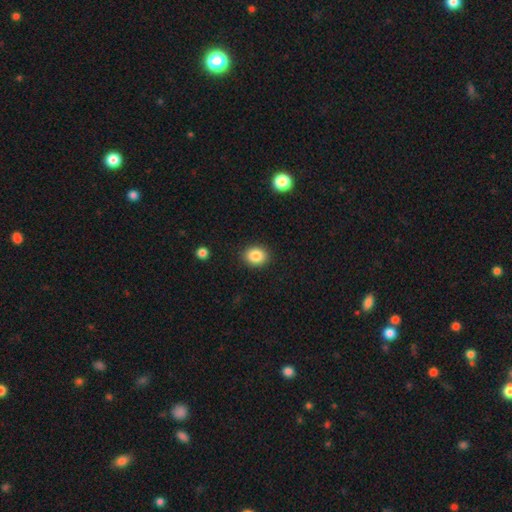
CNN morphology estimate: smooth-or-featured: smooth: 86% | star or artifact: 9% | featured or disk: 5%
  how-rounded: round: 60% | in between: 39% | cigar-shaped: 1%
  merging: none: 90% | minor disturbance: 7% | major disturbance: 2% | merger: 1%